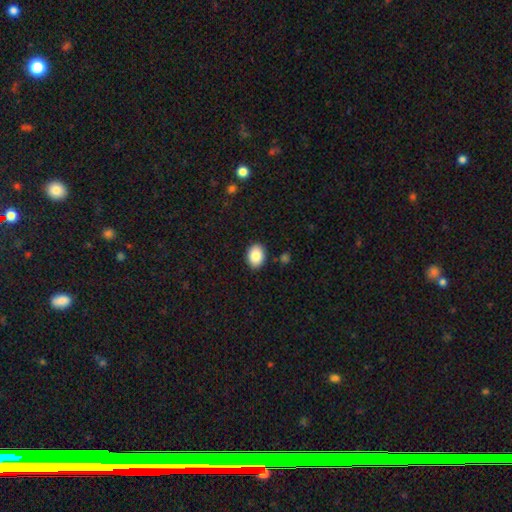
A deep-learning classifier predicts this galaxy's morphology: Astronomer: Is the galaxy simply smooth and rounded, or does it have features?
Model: smooth — 87%.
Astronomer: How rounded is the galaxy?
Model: in between — 70%.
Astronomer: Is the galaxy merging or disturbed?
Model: none — 88%.